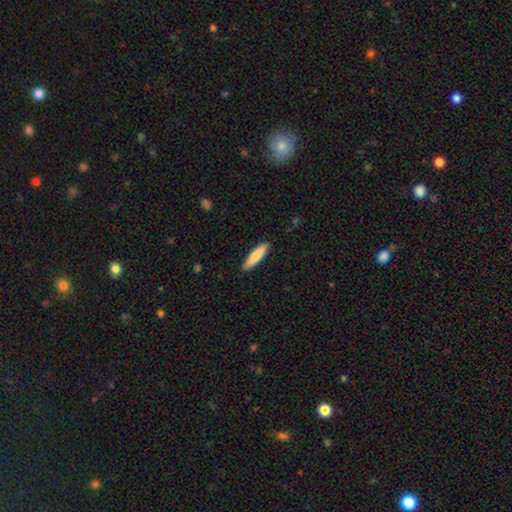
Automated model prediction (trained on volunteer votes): This is likely a smooth galaxy (78%). How rounded: clearly cigar-shaped (81%). Merging: clearly none (90%).